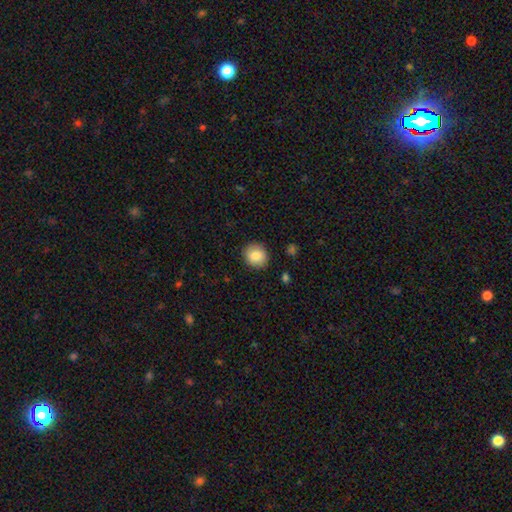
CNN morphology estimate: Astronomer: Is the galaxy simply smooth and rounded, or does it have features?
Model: smooth — 83%.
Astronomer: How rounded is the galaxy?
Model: round — 84%.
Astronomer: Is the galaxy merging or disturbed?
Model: none — 89%.